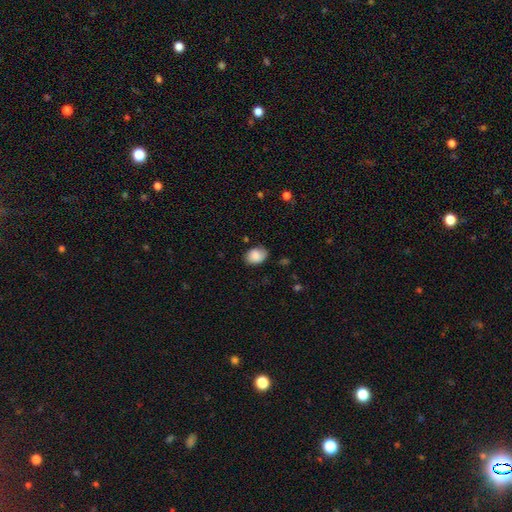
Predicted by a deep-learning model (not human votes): A smooth galaxy with no disk features (82%) that is in between round and cigar-shaped (70%).

Vote fractions:
- Smooth or featured? smooth: 82% / featured or disk: 11% / star or artifact: 8%
- How rounded? in between: 70% / round: 29% / cigar-shaped: 1%
- Merging? none: 70% / minor disturbance: 23% / major disturbance: 5% / merger: 2%